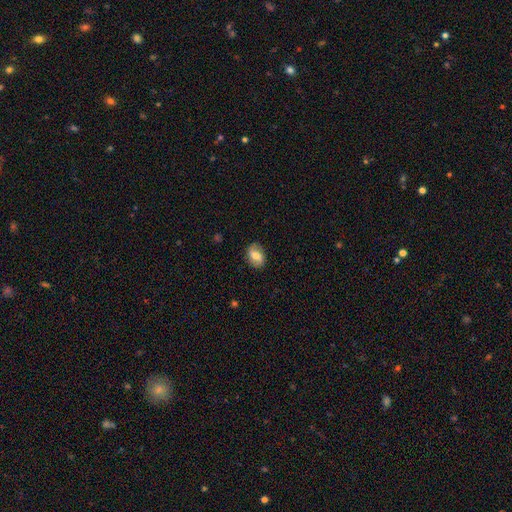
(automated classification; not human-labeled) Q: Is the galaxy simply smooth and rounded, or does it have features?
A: smooth — 62%.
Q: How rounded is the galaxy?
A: in between — 74%.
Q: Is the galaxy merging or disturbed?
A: none — 84%.